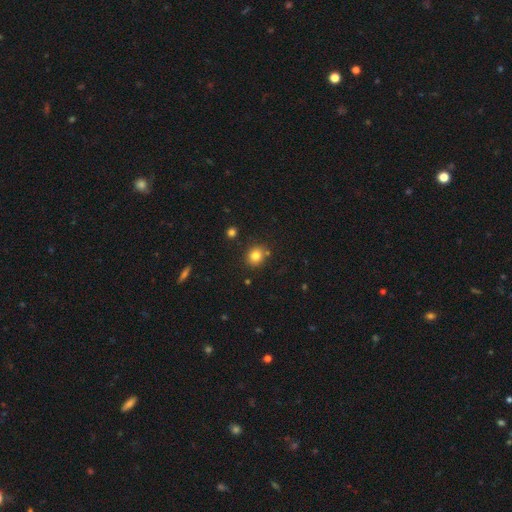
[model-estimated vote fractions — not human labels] This is clearly a smooth galaxy (80%). How rounded: clearly round (80%). Merging: clearly none (81%).